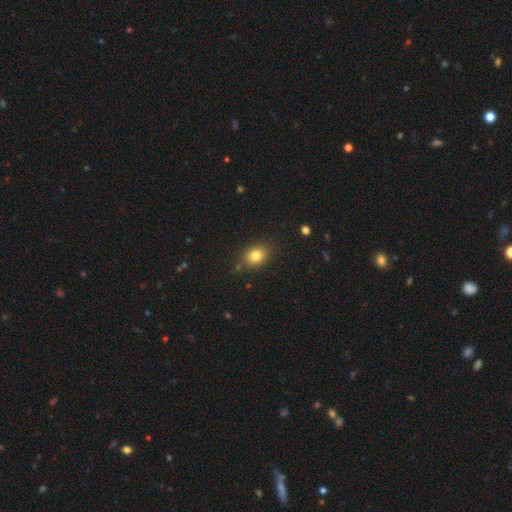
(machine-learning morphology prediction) Smooth or featured? Predicted: smooth (p=0.81). How rounded? Predicted: in between (p=0.57). Merging? Predicted: none (p=0.82).